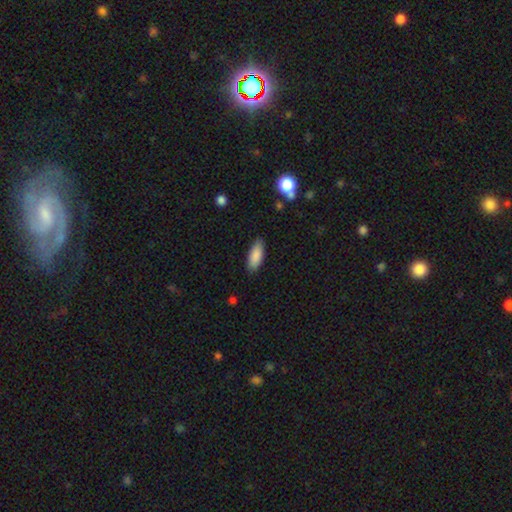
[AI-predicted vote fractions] Smooth or featured?
  - smooth: 87% *
  - featured or disk: 7%
  - star or artifact: 6%
How rounded?
  - in between: 77% *
  - cigar-shaped: 21%
  - round: 2%
Merging?
  - none: 84% *
  - minor disturbance: 12%
  - major disturbance: 2%
  - merger: 1%